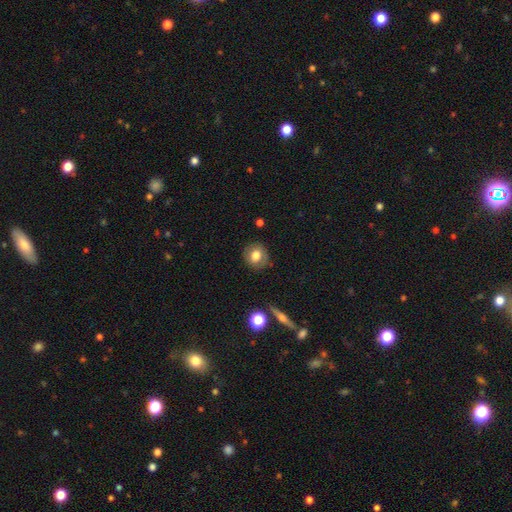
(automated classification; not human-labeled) Smooth or featured? Predicted: smooth (p=0.73). How rounded? Predicted: round (p=0.73). Merging? Predicted: none (p=0.82).